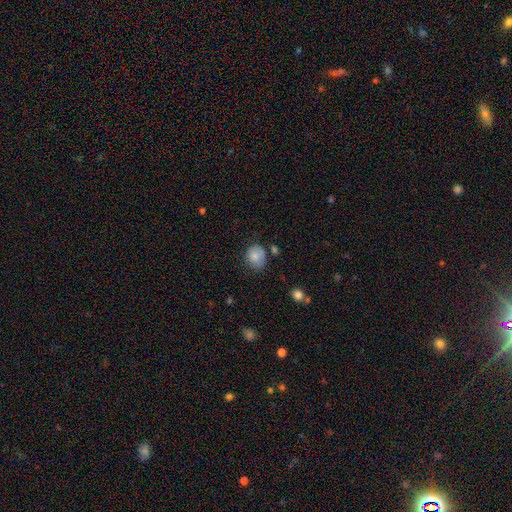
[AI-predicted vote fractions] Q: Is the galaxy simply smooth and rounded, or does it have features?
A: smooth — 80%.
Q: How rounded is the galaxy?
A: round — 67%.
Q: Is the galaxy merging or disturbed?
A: none — 60%.